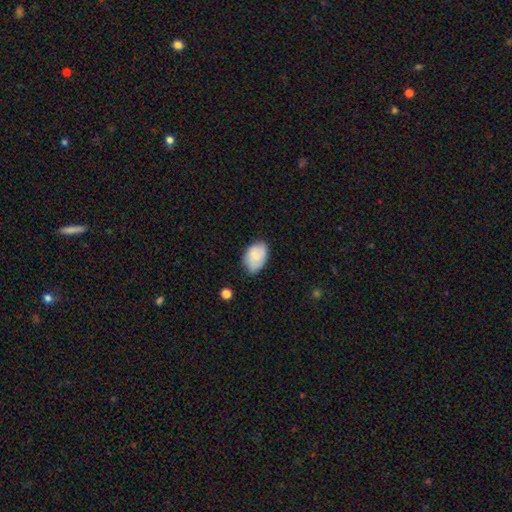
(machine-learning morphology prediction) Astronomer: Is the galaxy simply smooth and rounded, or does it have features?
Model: smooth — 77%.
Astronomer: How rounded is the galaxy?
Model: in between — 88%.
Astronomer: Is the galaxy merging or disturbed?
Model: none — 64%.